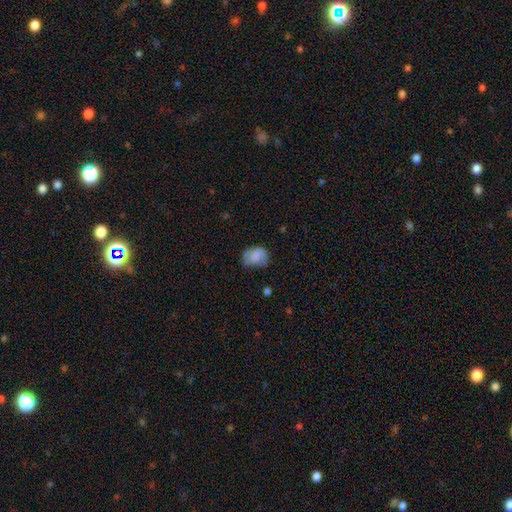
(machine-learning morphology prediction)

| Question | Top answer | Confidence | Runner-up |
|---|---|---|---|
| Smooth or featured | smooth | 61% | featured or disk (30%) |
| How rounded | in between | 57% | round (42%) |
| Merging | none | 52% | minor disturbance (30%) |